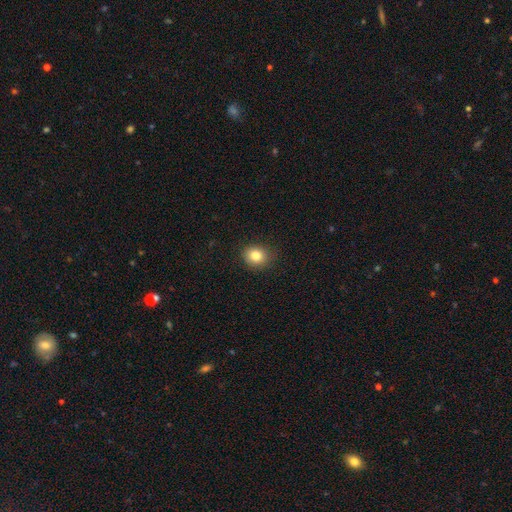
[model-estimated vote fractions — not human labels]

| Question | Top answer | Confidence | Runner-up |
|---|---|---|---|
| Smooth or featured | smooth | 82% | star or artifact (11%) |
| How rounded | round | 69% | in between (30%) |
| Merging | none | 88% | minor disturbance (9%) |